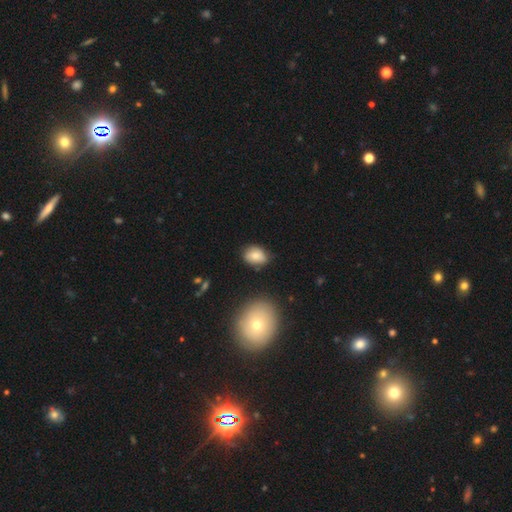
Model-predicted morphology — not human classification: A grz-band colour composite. It shows a smooth galaxy with no disk features (81%) that is in between round and cigar-shaped (71%). Merging: none (71%).